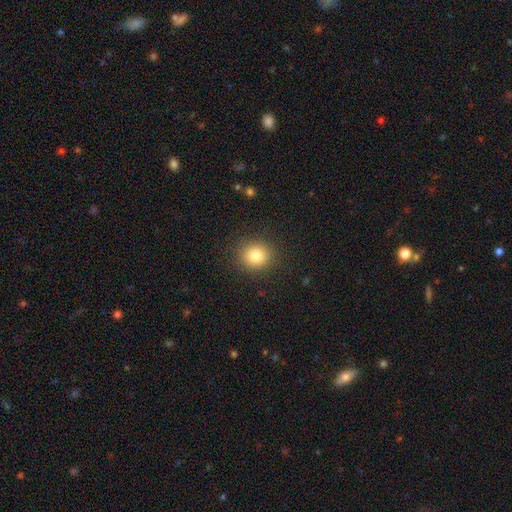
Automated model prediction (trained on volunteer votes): This appears to be a smooth galaxy with no disk features (82%) that is round (85%). Merging: none (89%).